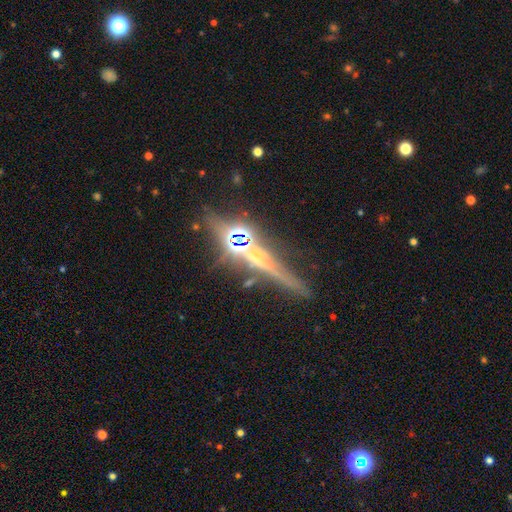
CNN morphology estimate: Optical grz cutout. It shows a featured or disk galaxy (47%). Merging: none (71%).